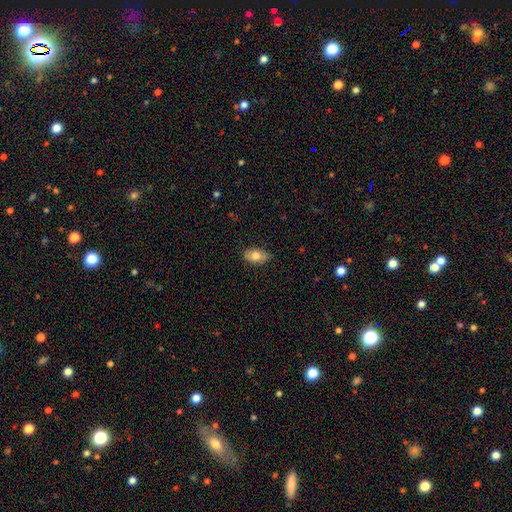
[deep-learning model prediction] A smooth galaxy with no disk features (73%) that is in between round and cigar-shaped (87%). Merging: none (68%).